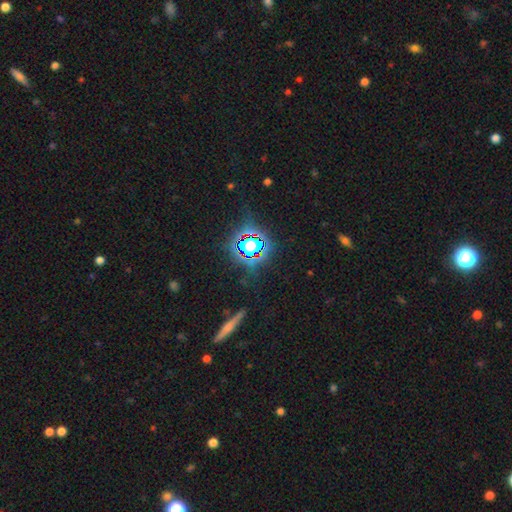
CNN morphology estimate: Smooth or featured?
  - star or artifact: 75% *
  - smooth: 14%
  - featured or disk: 11%